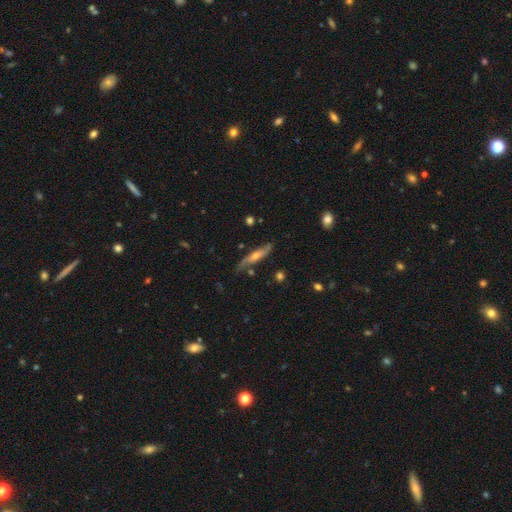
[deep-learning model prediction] Morphology: type=featured or disk (63%); edge-on=yes (67%); merging=none (71%).